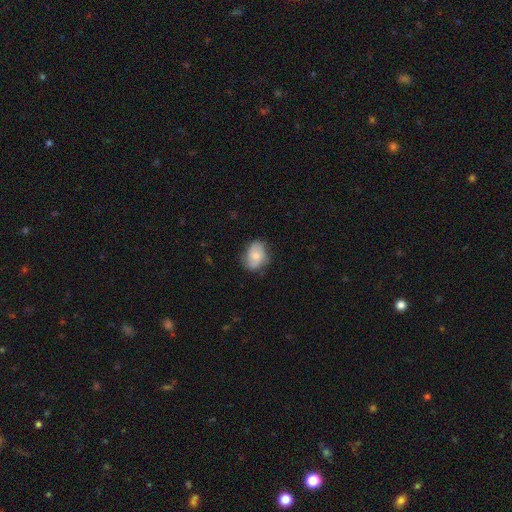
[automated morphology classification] Smooth or featured?
  - smooth: 66% *
  - featured or disk: 27%
  - star or artifact: 7%
How rounded?
  - in between: 68% *
  - round: 31%
  - cigar-shaped: 1%
Merging?
  - none: 68% *
  - minor disturbance: 24%
  - major disturbance: 6%
  - merger: 1%